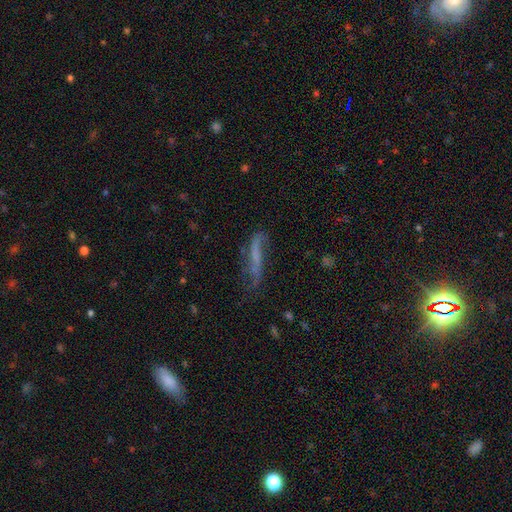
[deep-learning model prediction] smooth_or_featured: featured or disk (p=0.54) [alt: smooth p=0.35]
disk_edge_on: no (p=0.63) [alt: yes p=0.37]
merging: none (p=0.47) [alt: minor disturbance p=0.28]